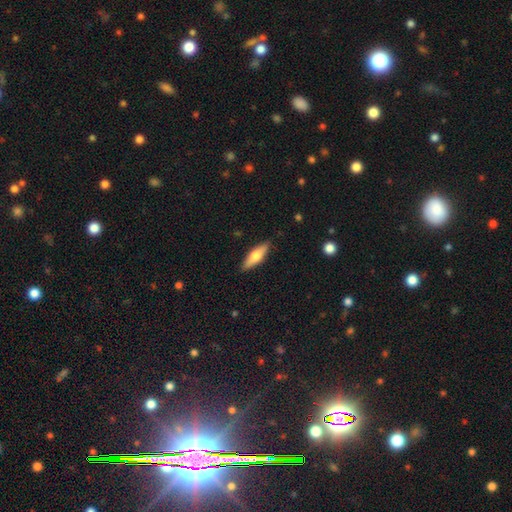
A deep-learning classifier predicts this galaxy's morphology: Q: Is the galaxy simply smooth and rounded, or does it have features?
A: smooth — 60%.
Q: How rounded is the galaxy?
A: cigar-shaped — 52%.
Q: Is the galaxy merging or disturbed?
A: none — 88%.